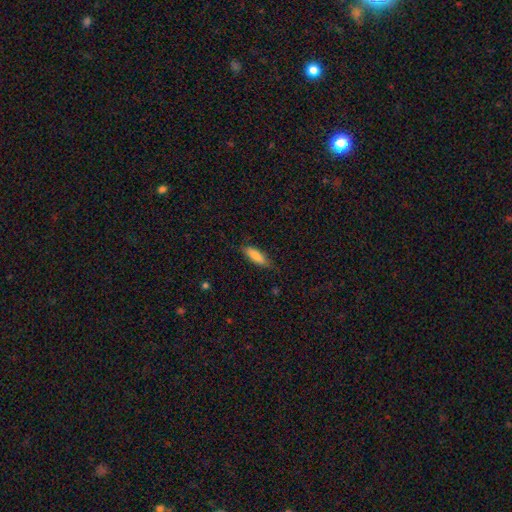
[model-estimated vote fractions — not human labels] The model was most divided on "how rounded": in between: 53%, cigar-shaped: 45%, round: 2%. More confident: smooth or featured — smooth (84%); merging — none (78%).